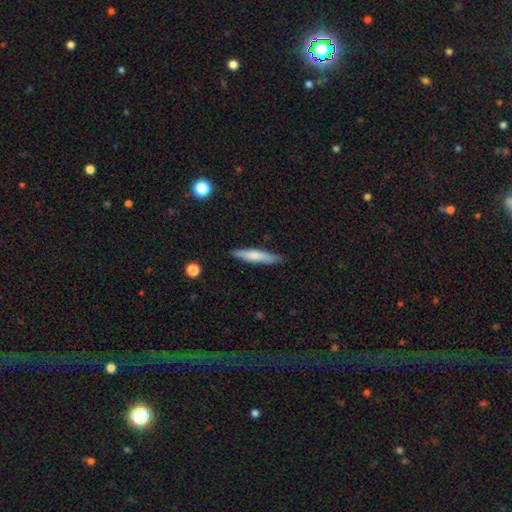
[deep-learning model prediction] This is likely a smooth galaxy (69%). How rounded: clearly cigar-shaped (86%). Merging: clearly none (84%).